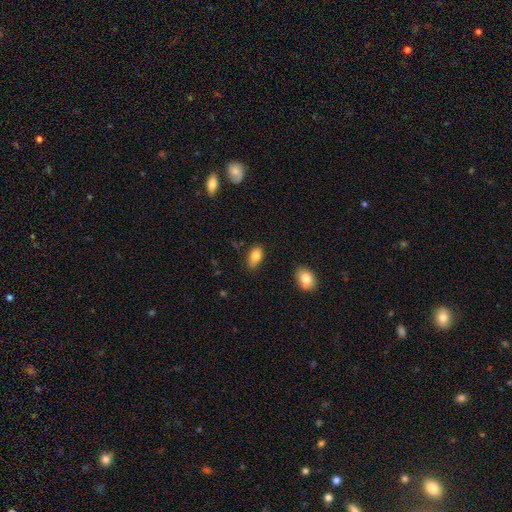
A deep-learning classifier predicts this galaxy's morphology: Q: Smooth or featured?
A: smooth (82%); runner-up: featured or disk (10%)
Q: How rounded?
A: in between (91%); runner-up: round (7%)
Q: Merging?
A: none (82%); runner-up: minor disturbance (14%)